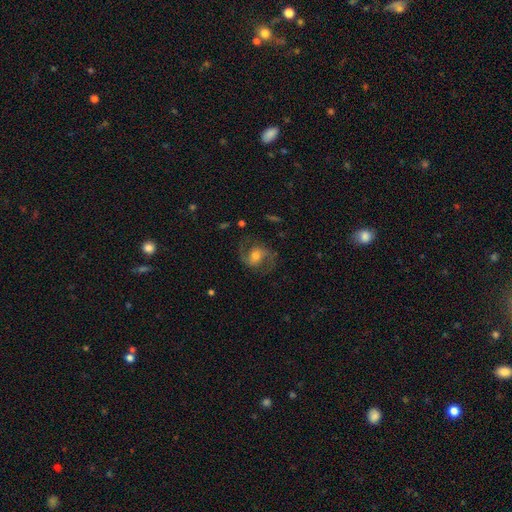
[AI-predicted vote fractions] The model was most divided on "bar": no: 44%, weak: 41%, strong: 15%. More confident: edge-on disk — no (97%); spiral arms — yes (94%); spiral arm count — 2 (92%); smooth or featured — featured or disk (82%); merging — none (77%); bulge size — moderate (62%); spiral winding — medium (57%).